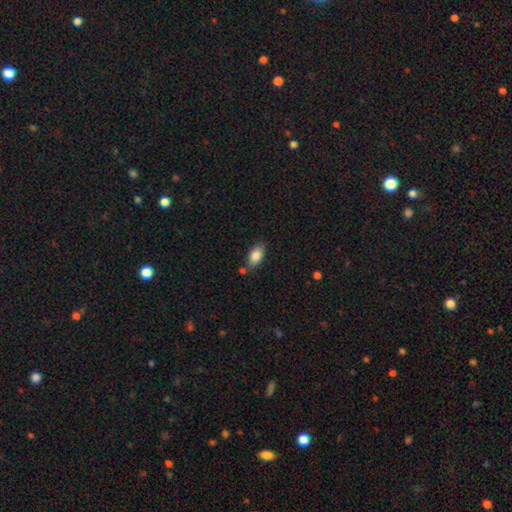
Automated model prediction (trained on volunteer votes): Morphology: type=smooth (86%); roundness=in between (91%); merging=none (71%).